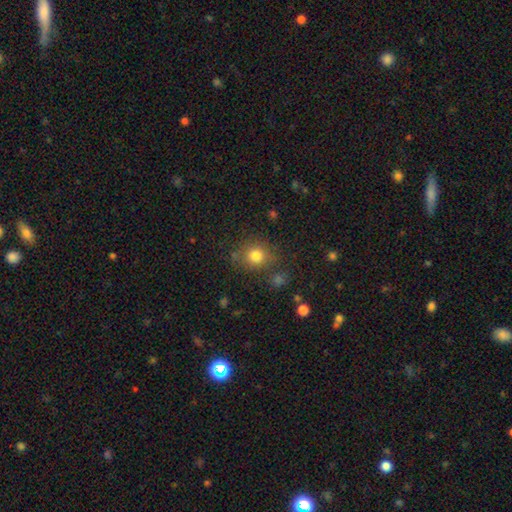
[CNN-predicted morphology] A smooth galaxy with no disk features (79%) that is round (83%). Merging: none (77%).